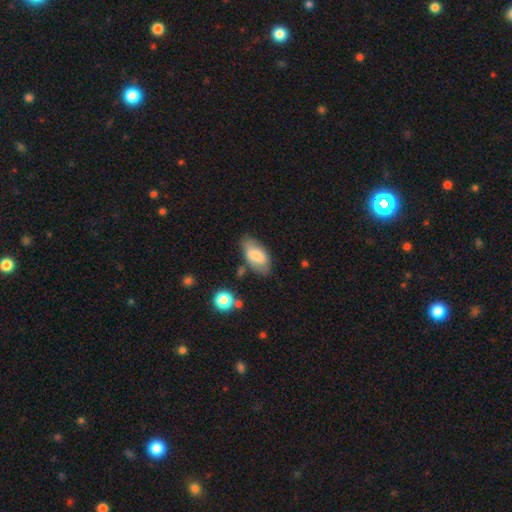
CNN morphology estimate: This appears to be a smooth galaxy with no disk features (73%) that is in between round and cigar-shaped (91%). Merging: none (67%).